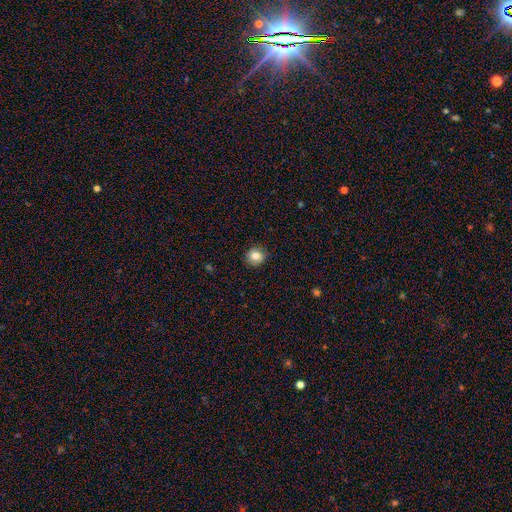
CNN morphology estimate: smooth_or_featured: smooth (p=0.83) [alt: star or artifact p=0.10]
how_rounded: round (p=0.84) [alt: in between p=0.15]
merging: none (p=0.88) [alt: minor disturbance p=0.09]